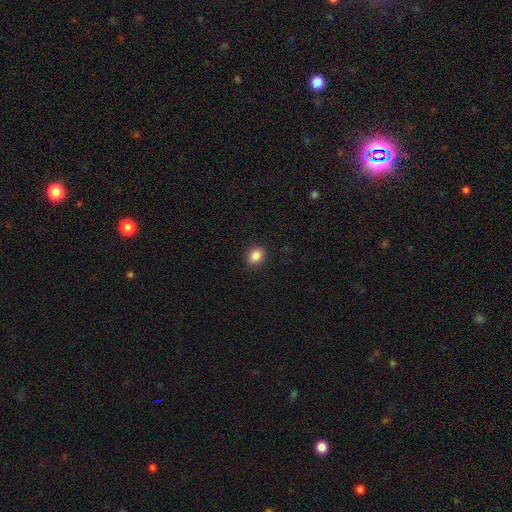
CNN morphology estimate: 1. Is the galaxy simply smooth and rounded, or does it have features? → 87% smooth, 9% star or artifact, 4% featured or disk.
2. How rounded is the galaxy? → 50% round, 49% in between, 1% cigar-shaped.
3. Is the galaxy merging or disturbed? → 90% none, 7% minor disturbance, 2% major disturbance, 1% merger.